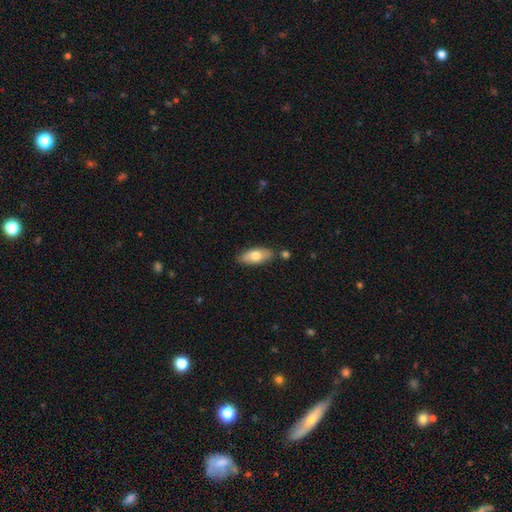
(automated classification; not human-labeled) Smooth or featured: smooth — 70% (featured or disk — 23%)
How rounded: in between — 85% (cigar-shaped — 12%)
Merging: none — 81% (minor disturbance — 12%)